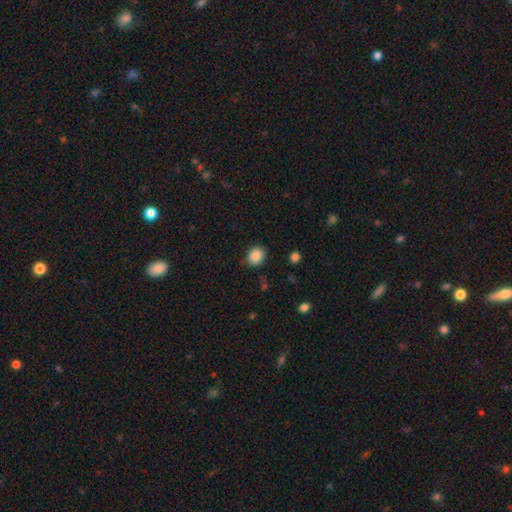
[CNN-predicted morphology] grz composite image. It shows a smooth galaxy with no disk features (87%) that is round (60%). Merging: none (81%).